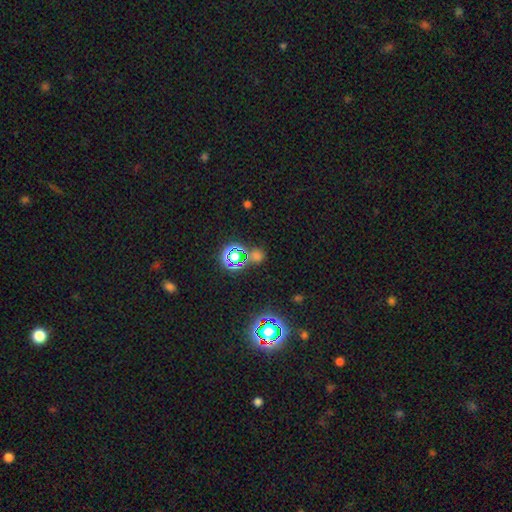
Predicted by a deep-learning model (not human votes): Overall: star or artifact (55%; smooth 37%).